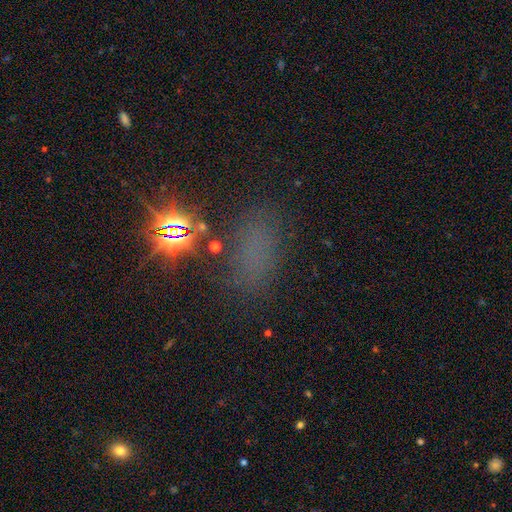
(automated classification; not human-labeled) smooth-or-featured: smooth: 54% | star or artifact: 39% | featured or disk: 8%
  how-rounded: in between: 75% | round: 16% | cigar-shaped: 9%
  merging: none: 79% | minor disturbance: 11% | major disturbance: 6% | merger: 4%